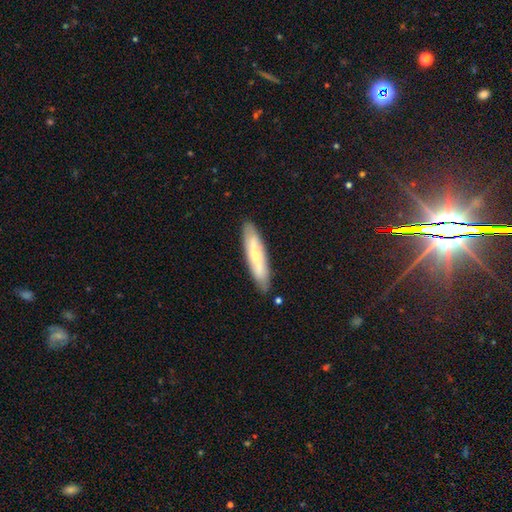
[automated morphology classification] Smooth or featured?
  - featured or disk: 47% * (tied)
  - smooth: 47% * (tied)
  - star or artifact: 6%
Merging?
  - none: 85% *
  - minor disturbance: 11%
  - major disturbance: 2%
  - merger: 2%